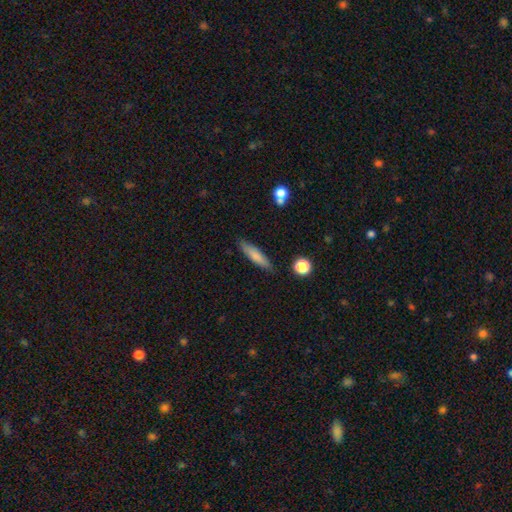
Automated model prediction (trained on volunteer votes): This is likely a smooth galaxy (77%). How rounded: clearly cigar-shaped (80%). Merging: clearly none (85%).